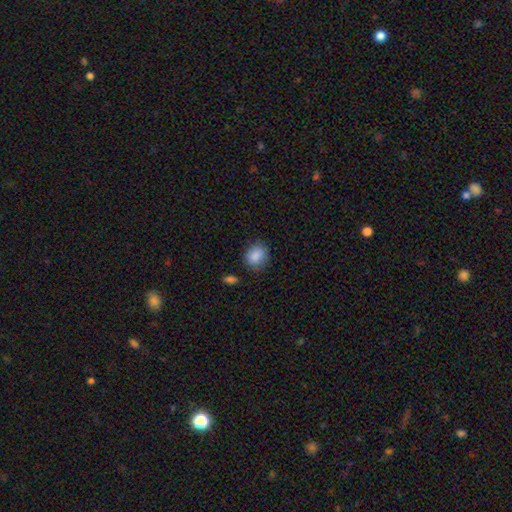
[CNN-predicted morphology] Smooth or featured? Predicted: smooth (p=0.87). How rounded? Predicted: round (p=0.66). Merging? Predicted: none (p=0.80).